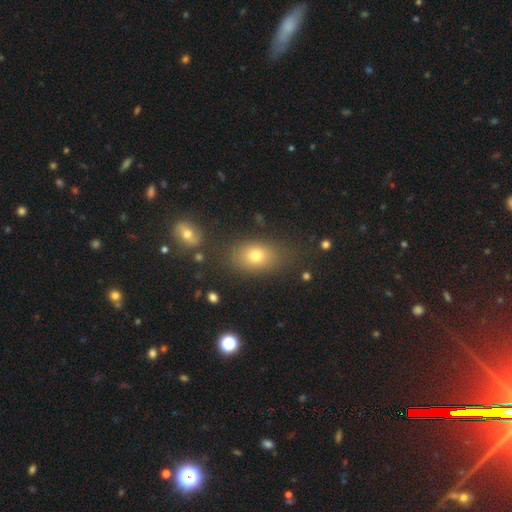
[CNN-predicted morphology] Smooth or featured?
  - smooth: 72% *
  - star or artifact: 15%
  - featured or disk: 13%
How rounded?
  - in between: 76% *
  - round: 22%
  - cigar-shaped: 2%
Merging?
  - none: 78% *
  - minor disturbance: 13%
  - major disturbance: 5%
  - merger: 5%